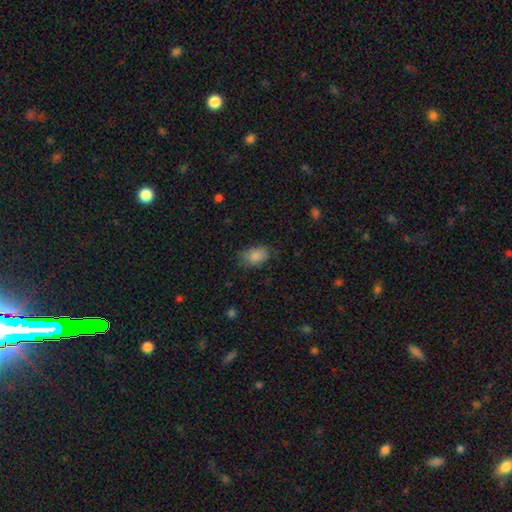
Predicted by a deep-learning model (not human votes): Smooth or featured? smooth (85%)
How rounded? in between (84%)
Merging? none (70%)